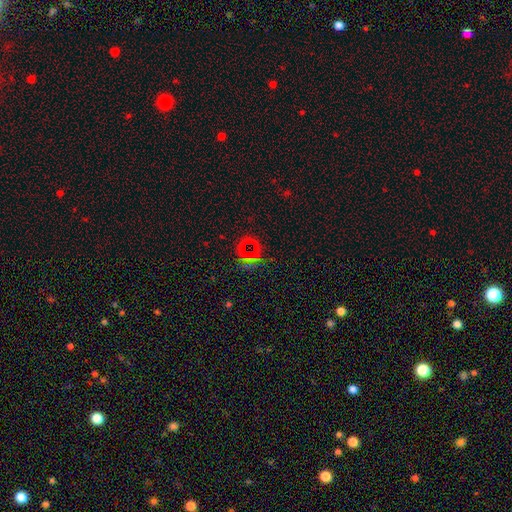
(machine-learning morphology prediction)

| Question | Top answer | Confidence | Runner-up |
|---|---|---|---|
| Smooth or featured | star or artifact | 65% | smooth (26%) |